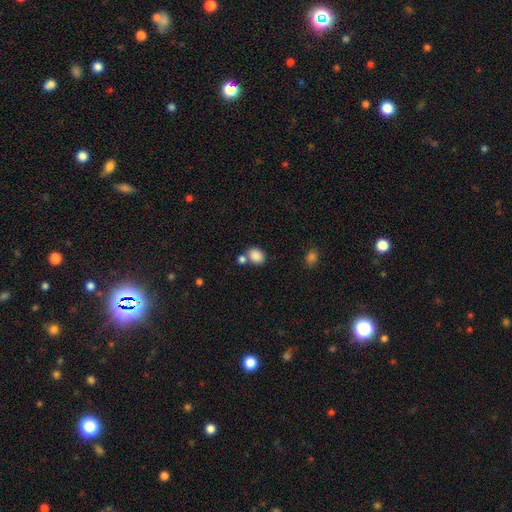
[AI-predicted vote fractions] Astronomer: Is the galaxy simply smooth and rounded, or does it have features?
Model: smooth — 86%.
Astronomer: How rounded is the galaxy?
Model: in between — 50% (runner-up: round, 49%).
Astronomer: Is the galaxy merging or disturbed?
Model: none — 58%.